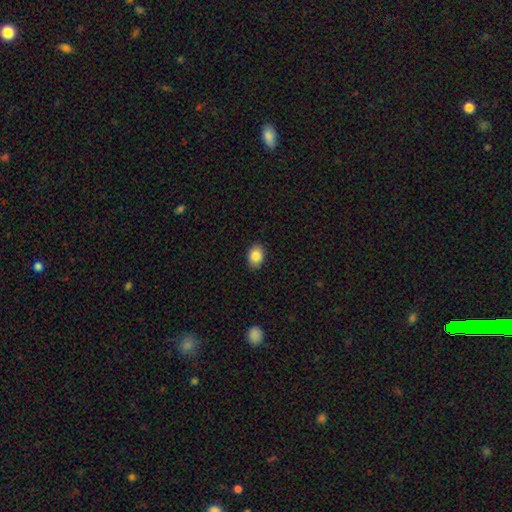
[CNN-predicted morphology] The model was most divided on "how rounded": in between: 74%, round: 25%, cigar-shaped: 1%. More confident: merging — none (88%); smooth or featured — smooth (85%).